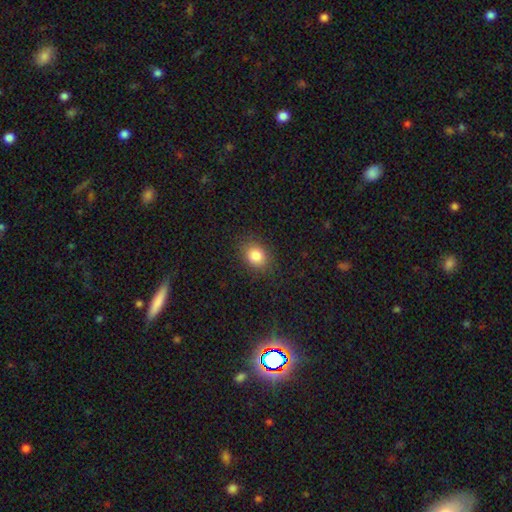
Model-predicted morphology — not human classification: The model was most divided on "how rounded": round: 52%, in between: 47%, cigar-shaped: 1%. More confident: merging — none (86%); smooth or featured — smooth (84%).